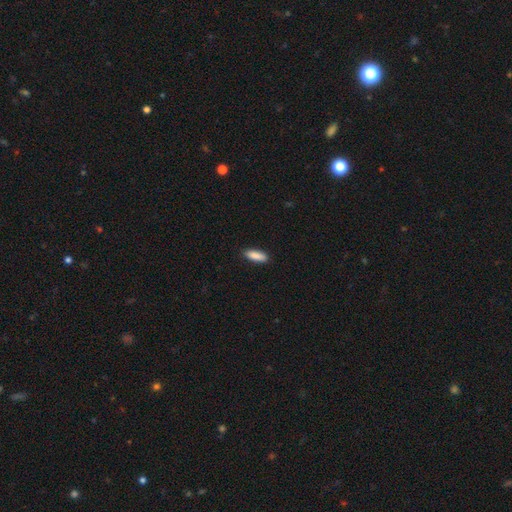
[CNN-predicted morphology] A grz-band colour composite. It shows a smooth galaxy with no disk features (89%) that is in between round and cigar-shaped (56%). Merging: none (89%).